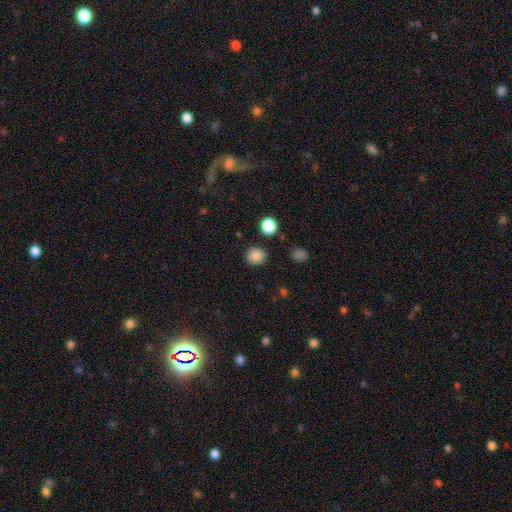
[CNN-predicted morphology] The model was most divided on "smooth or featured": smooth: 85%, star or artifact: 12%, featured or disk: 3%. More confident: merging — none (88%); how rounded — round (87%).